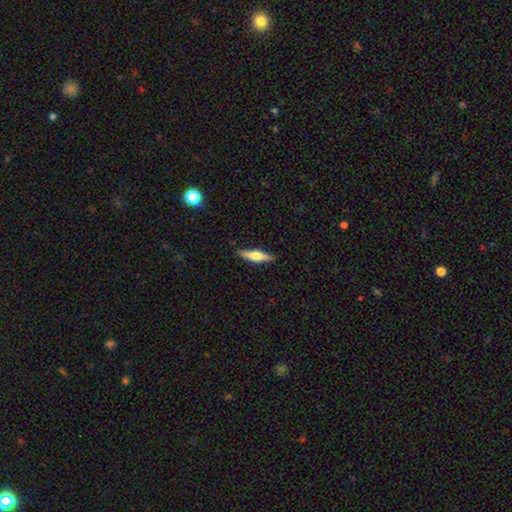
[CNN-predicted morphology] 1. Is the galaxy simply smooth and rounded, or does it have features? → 50% featured or disk, 44% smooth, 6% star or artifact.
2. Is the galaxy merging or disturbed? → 85% none, 11% minor disturbance, 2% major disturbance, 1% merger.